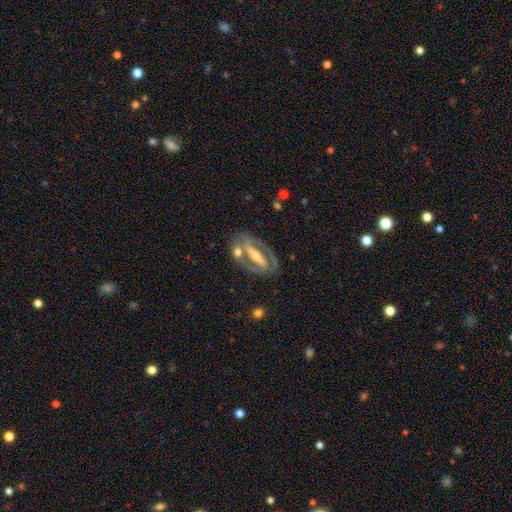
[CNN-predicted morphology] Overall: featured or disk (82%). Edge-on disk: no (87%). Bar: strong (68%). Spiral arms: yes (75%). Spiral arm count: 2 (81%). Spiral winding: tight (44%; medium 42%). Bulge size: moderate (52%; small 39%). Merging: none (69%).